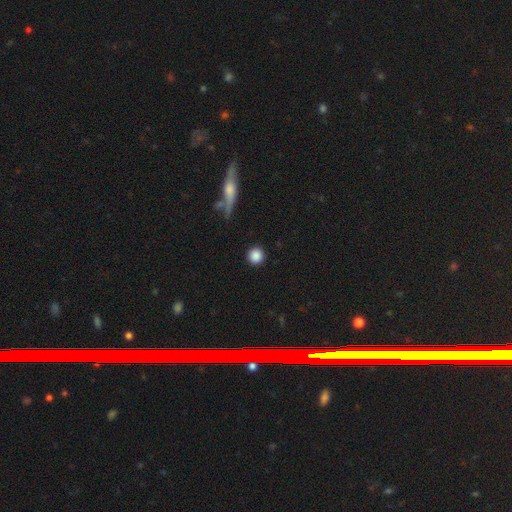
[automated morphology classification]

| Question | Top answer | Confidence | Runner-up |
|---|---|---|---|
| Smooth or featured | smooth | 87% | star or artifact (9%) |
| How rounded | round | 95% | in between (4%) |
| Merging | none | 91% | minor disturbance (5%) |